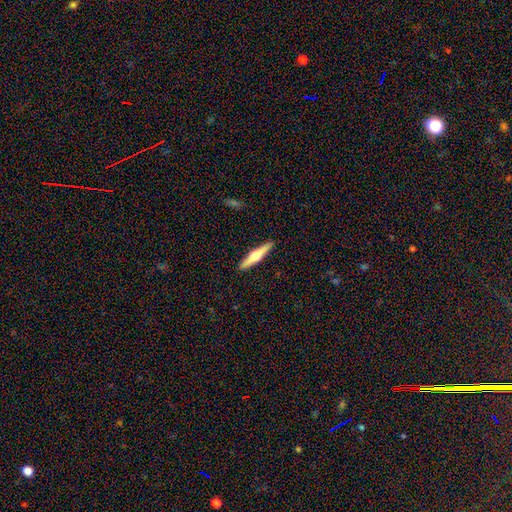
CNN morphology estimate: Smooth or featured?
  - featured or disk: 58% *
  - smooth: 37%
  - star or artifact: 5%
Edge-on disk?
  - yes: 97% *
  - no: 3%
Edge-on bulge?
  - rounded: 93% *
  - none: 4%
  - boxy: 3%
Merging?
  - none: 92% *
  - minor disturbance: 6%
  - major disturbance: 1%
  - merger: 1%